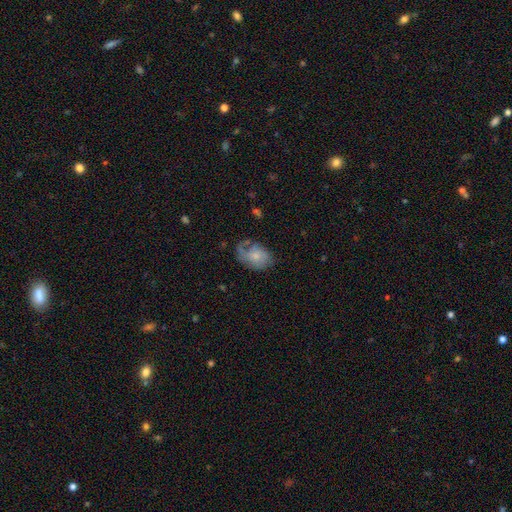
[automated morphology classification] smooth 47%, featured or disk 45%, star or artifact 8%. Down the decision tree: merging — none (39%).